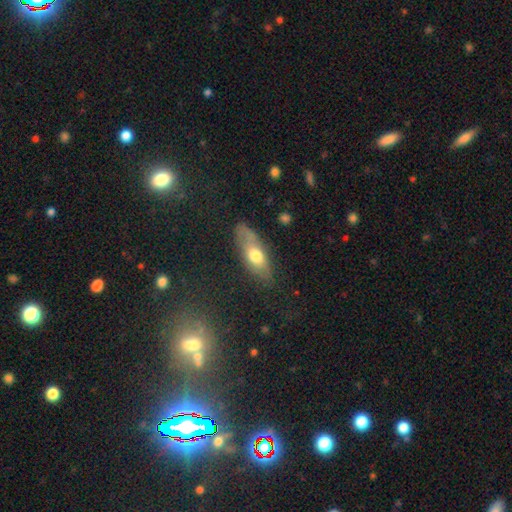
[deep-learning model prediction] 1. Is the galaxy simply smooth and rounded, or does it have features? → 59% smooth, 32% featured or disk, 9% star or artifact.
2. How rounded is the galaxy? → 67% in between, 28% cigar-shaped, 5% round.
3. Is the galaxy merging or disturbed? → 70% none, 21% minor disturbance, 7% major disturbance, 2% merger.